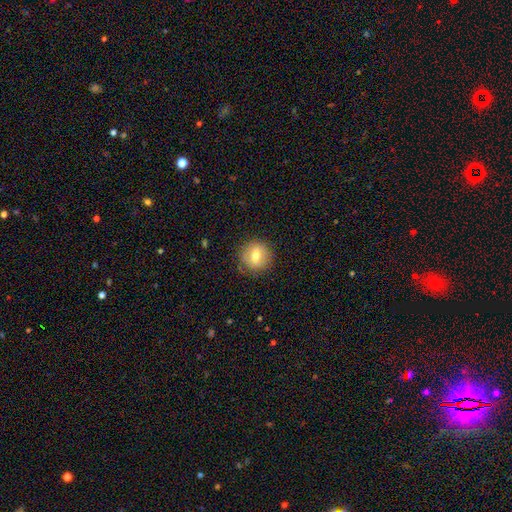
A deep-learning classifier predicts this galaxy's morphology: Overall: smooth (65%; featured or disk 26%). How rounded: round (90%). Merging: none (84%).